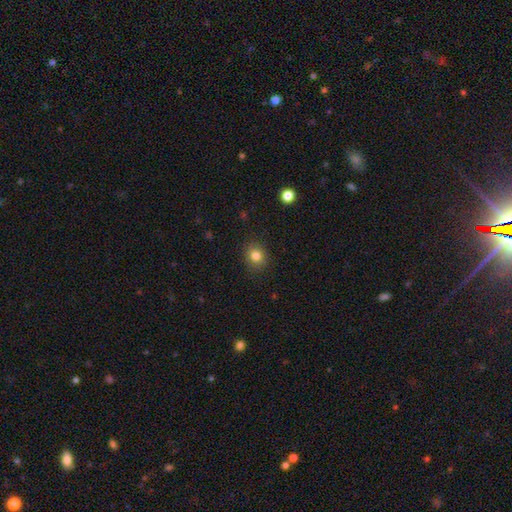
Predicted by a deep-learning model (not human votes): smooth 82%, star or artifact 12%, featured or disk 7%. Down the decision tree: how rounded — round (71%); merging — none (89%).